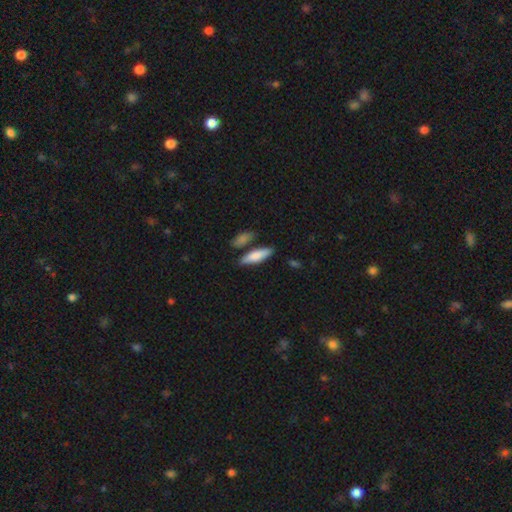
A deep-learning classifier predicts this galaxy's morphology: Q: Smooth or featured?
A: smooth (79%); runner-up: featured or disk (16%)
Q: How rounded?
A: cigar-shaped (58%); runner-up: in between (39%)
Q: Merging?
A: none (76%); runner-up: minor disturbance (12%)